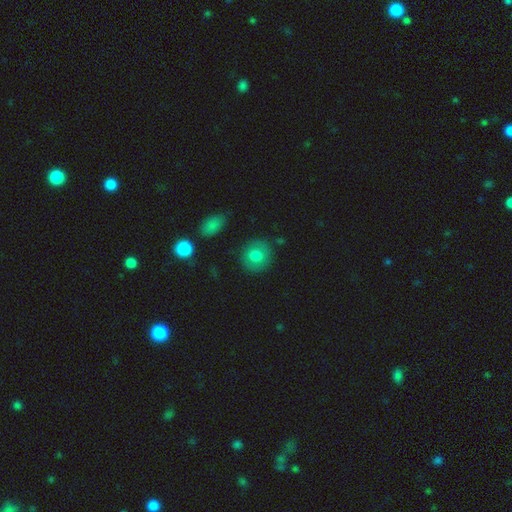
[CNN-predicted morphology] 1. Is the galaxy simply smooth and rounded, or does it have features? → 75% smooth, 17% featured or disk, 8% star or artifact.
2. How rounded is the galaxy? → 85% round, 14% in between, 1% cigar-shaped.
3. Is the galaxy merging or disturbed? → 84% none, 10% minor disturbance, 3% major disturbance, 2% merger.